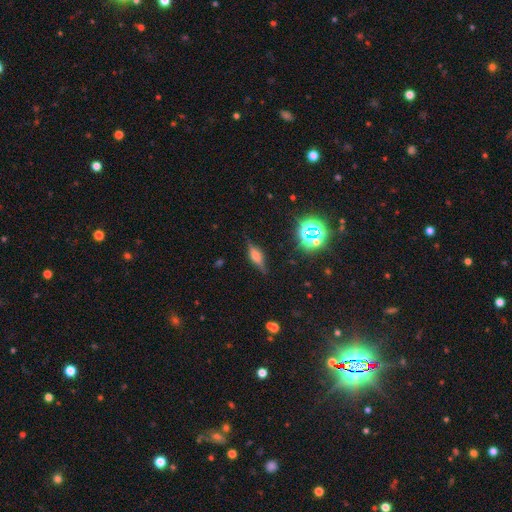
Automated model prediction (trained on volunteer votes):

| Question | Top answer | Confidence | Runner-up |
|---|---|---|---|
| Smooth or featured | featured or disk | 55% | smooth (30%) |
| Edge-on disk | yes | 92% | no (8%) |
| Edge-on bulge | rounded | 75% | boxy (21%) |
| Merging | none | 80% | minor disturbance (14%) |